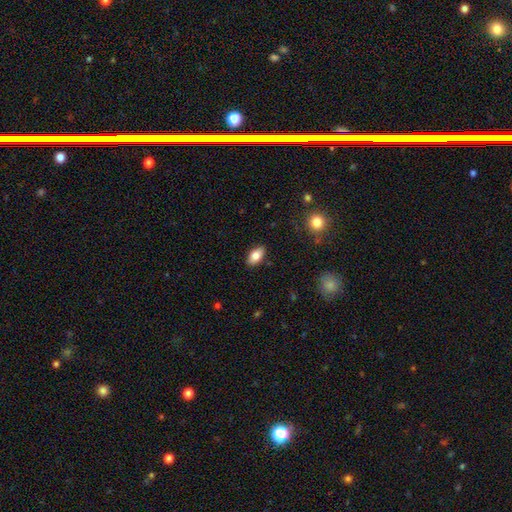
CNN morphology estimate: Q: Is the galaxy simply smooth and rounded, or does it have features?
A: smooth — 81%.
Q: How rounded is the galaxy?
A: in between — 92%.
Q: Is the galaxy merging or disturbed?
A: none — 87%.